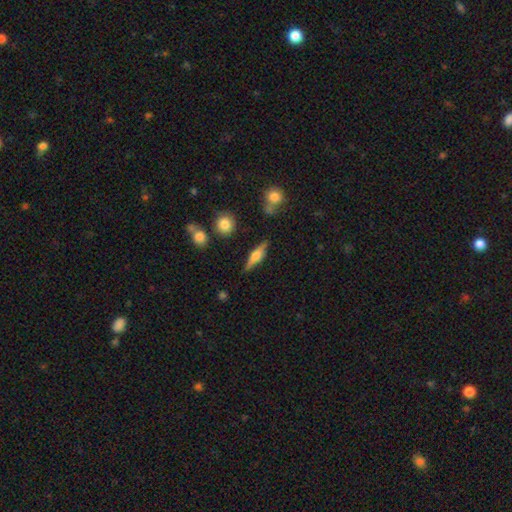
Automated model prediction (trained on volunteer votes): This is possibly a featured or disk galaxy (56%). It is clearly viewed edge-on (94%). Edge-on bulge: clearly rounded (88%). Merging: clearly none (83%).